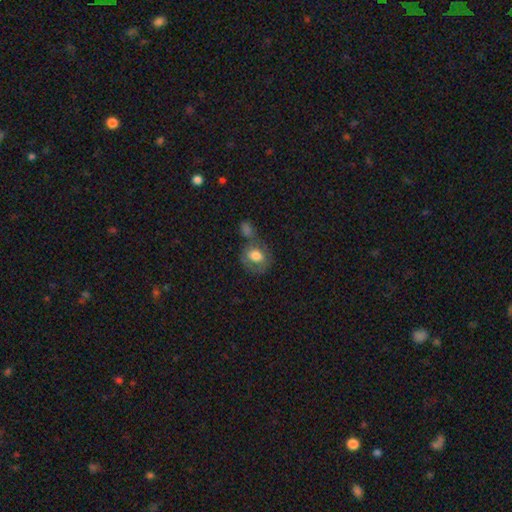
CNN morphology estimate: This is likely a smooth galaxy (65%). How rounded: possibly in between (51%). Merging: marginally none (42%).